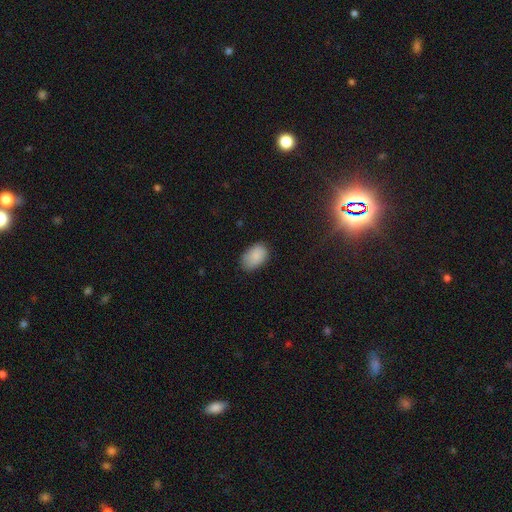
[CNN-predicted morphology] A smooth galaxy with no disk features (87%) that is in between round and cigar-shaped (90%).

Vote fractions:
- Smooth or featured? smooth: 87% / star or artifact: 7% / featured or disk: 5%
- How rounded? in between: 90% / round: 9% / cigar-shaped: 1%
- Merging? none: 76% / minor disturbance: 19% / major disturbance: 4% / merger: 1%